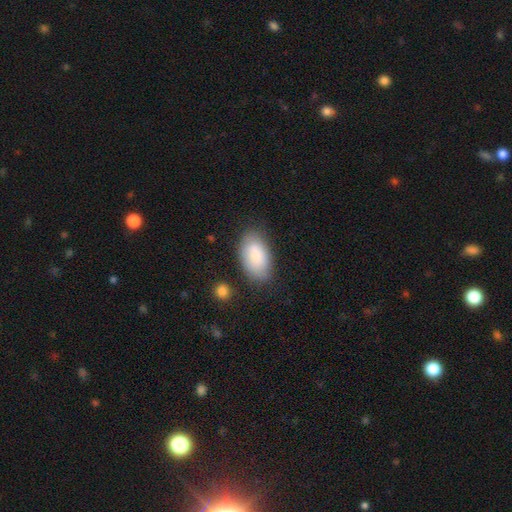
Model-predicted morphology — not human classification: Smooth or featured? smooth (82%)
How rounded? in between (94%)
Merging? none (74%)